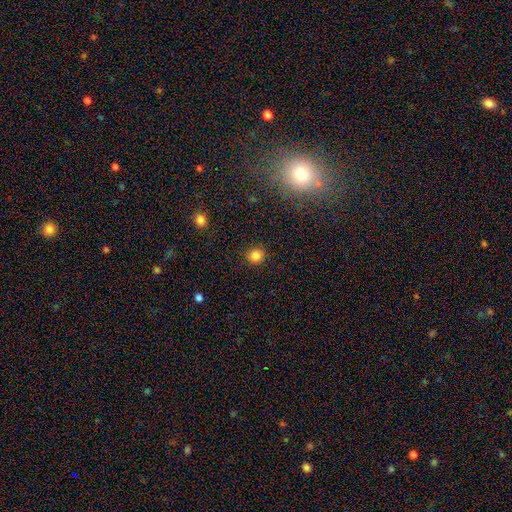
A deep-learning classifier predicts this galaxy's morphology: This appears to be a smooth galaxy with no disk features (83%) that is round (89%). Merging: none (90%).